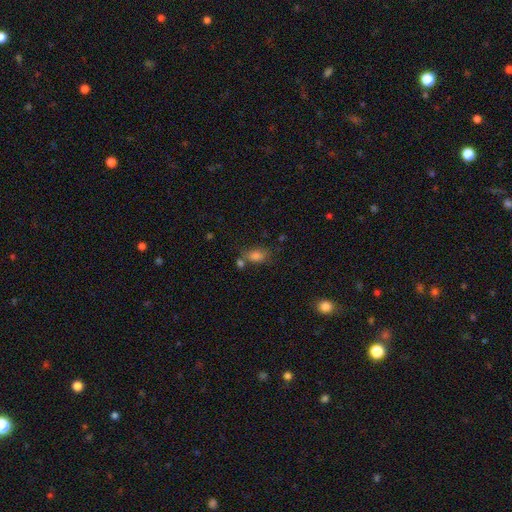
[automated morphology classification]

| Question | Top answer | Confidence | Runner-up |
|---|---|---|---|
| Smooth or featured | smooth | 79% | star or artifact (13%) |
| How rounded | in between | 84% | round (13%) |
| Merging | none | 56% | merger (21%) |